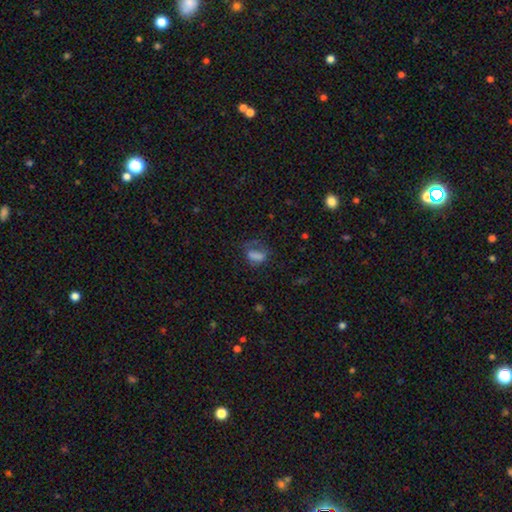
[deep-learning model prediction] This is likely a smooth galaxy (62%). How rounded: likely in between (69%). Merging: marginally none (42%).